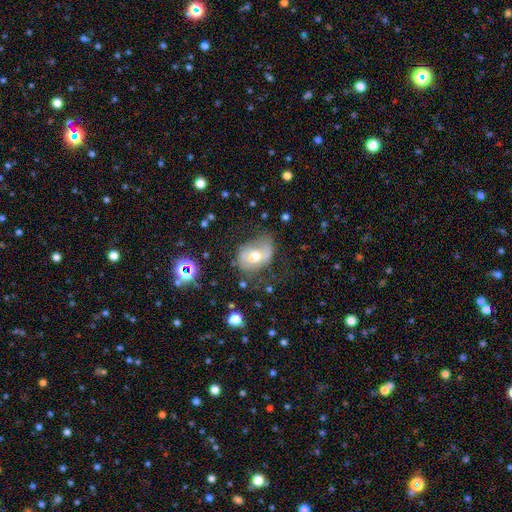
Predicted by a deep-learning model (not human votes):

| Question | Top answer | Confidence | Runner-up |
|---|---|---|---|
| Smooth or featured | featured or disk | 48% | smooth (42%) |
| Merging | none | 43% | minor disturbance (31%) |